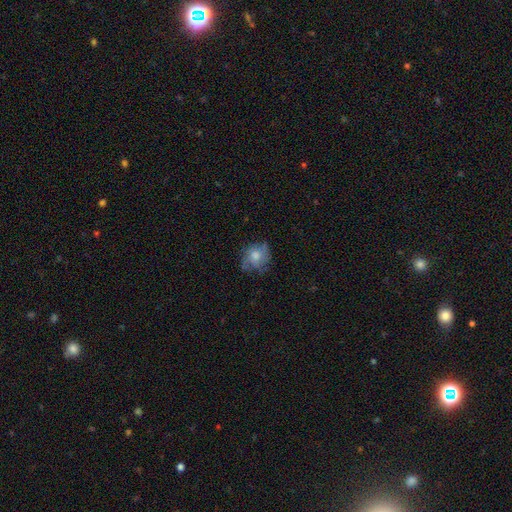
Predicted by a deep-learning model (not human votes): Smooth or featured? smooth (57%)
How rounded? round (70%)
Merging? none (60%)